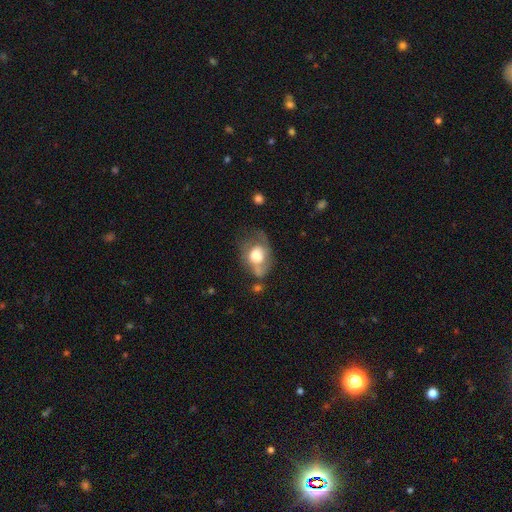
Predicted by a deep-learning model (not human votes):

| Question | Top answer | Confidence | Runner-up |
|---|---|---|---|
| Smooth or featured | smooth | 58% | featured or disk (35%) |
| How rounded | in between | 66% | round (32%) |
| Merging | major disturbance | 32% | none (29%) |